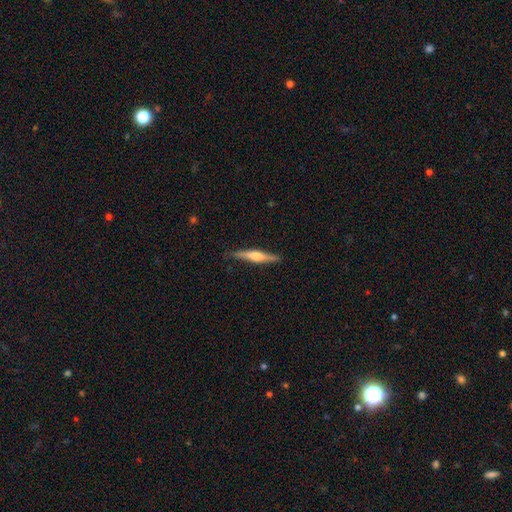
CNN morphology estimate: type=featured or disk (61%); edge-on=yes (97%); edge-on bulge=rounded (78%); merging=none (88%).